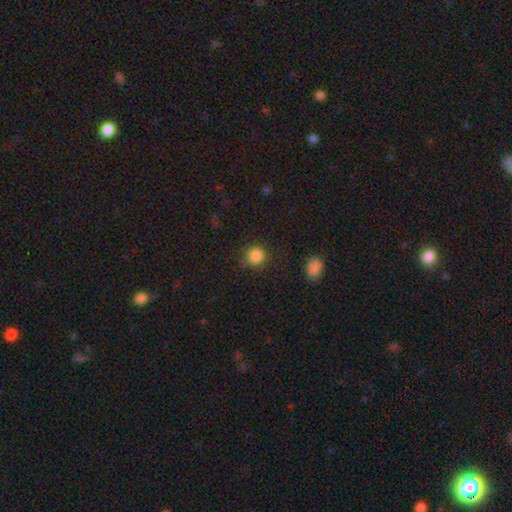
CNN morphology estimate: Overall: smooth (85%). How rounded: round (90%). Merging: none (85%).